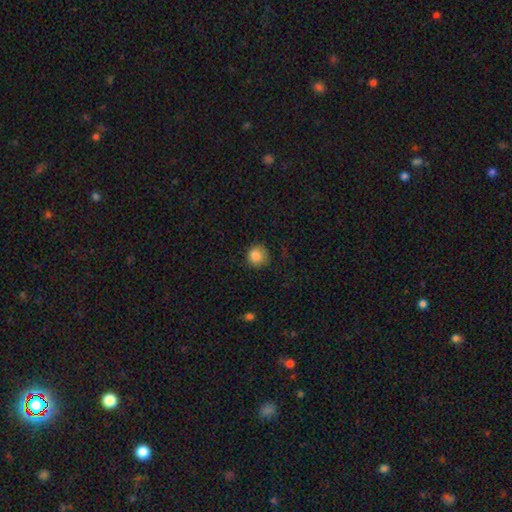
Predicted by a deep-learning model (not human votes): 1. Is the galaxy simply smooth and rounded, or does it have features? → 85% smooth, 9% star or artifact, 5% featured or disk.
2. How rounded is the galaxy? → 88% round, 11% in between, 1% cigar-shaped.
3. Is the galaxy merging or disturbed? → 76% none, 18% minor disturbance, 5% major disturbance, 1% merger.